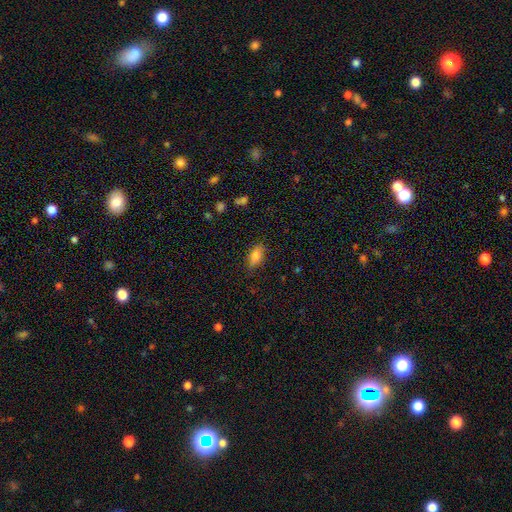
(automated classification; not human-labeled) Q: Smooth or featured?
A: smooth (79%); runner-up: featured or disk (11%)
Q: How rounded?
A: in between (86%); runner-up: cigar-shaped (9%)
Q: Merging?
A: none (82%); runner-up: minor disturbance (14%)